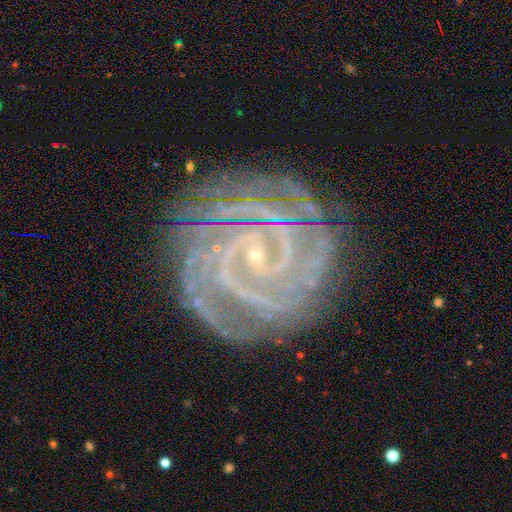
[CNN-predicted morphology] Smooth or featured? Predicted: featured or disk (p=0.90). Edge-on disk? Predicted: no (p=0.98). Bar? Predicted: no (p=0.39). Spiral arms? Predicted: yes (p=0.98). Spiral winding? Predicted: tight (p=0.83). Spiral arm count? Predicted: 2 (p=0.21). Bulge size? Predicted: small (p=0.87). Merging? Predicted: none (p=0.81).